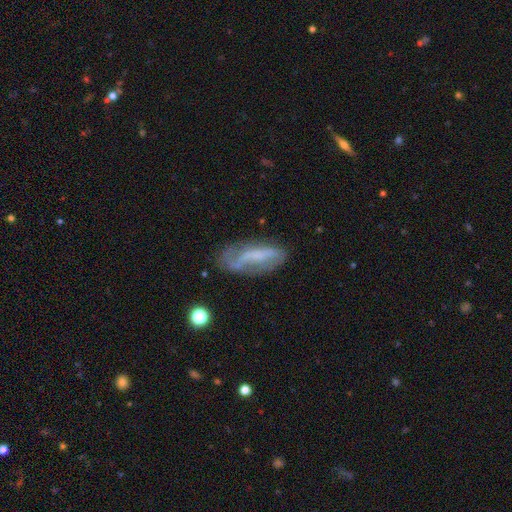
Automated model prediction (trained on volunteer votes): This appears to be a featured or disk galaxy (53%). Merging: none (53%).